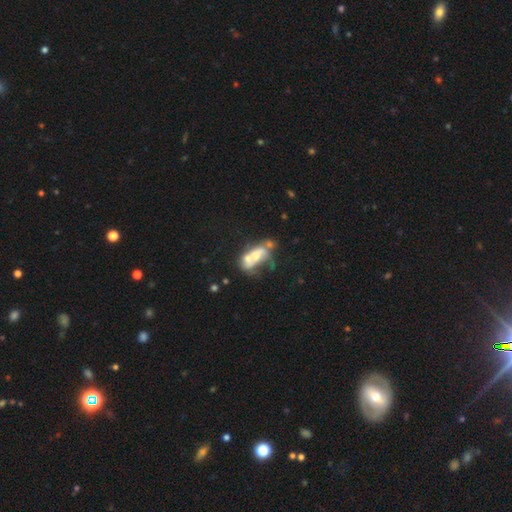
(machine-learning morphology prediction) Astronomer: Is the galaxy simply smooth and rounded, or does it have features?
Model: featured or disk — 48% (runner-up: smooth, 42%).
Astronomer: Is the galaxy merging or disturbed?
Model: merger — 56%.